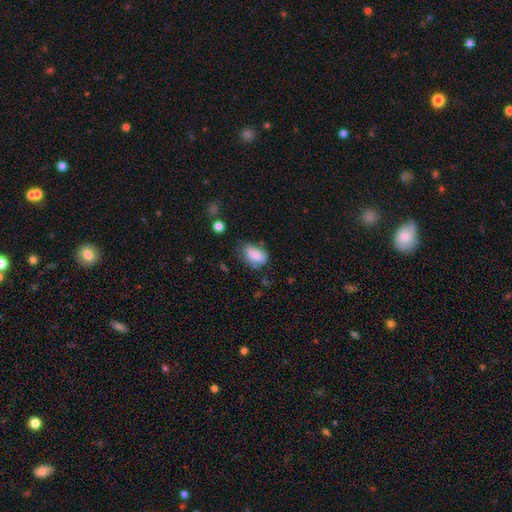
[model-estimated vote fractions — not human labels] A smooth galaxy with no disk features (77%) that is in between round and cigar-shaped (86%).

Vote fractions:
- Smooth or featured? smooth: 77% / featured or disk: 14% / star or artifact: 8%
- How rounded? in between: 86% / round: 12% / cigar-shaped: 2%
- Merging? none: 46% / minor disturbance: 35% / major disturbance: 14% / merger: 4%